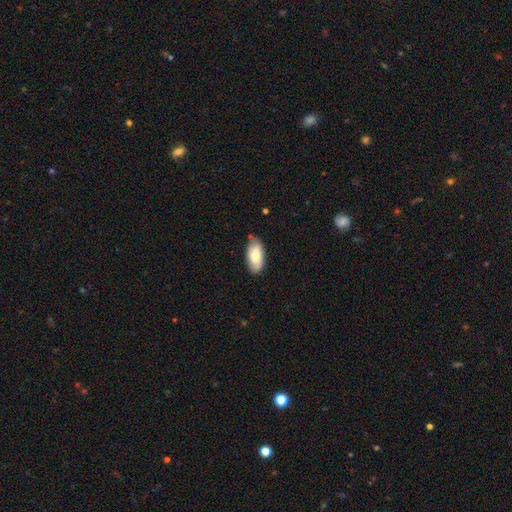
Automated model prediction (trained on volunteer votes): This is likely a smooth galaxy (71%). How rounded: clearly in between (93%). Merging: likely none (76%).